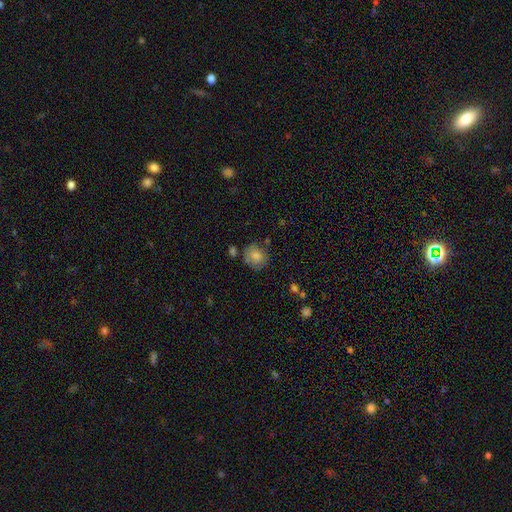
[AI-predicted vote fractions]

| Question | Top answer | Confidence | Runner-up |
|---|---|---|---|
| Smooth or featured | smooth | 79% | featured or disk (12%) |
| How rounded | round | 81% | in between (18%) |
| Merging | none | 69% | minor disturbance (20%) |